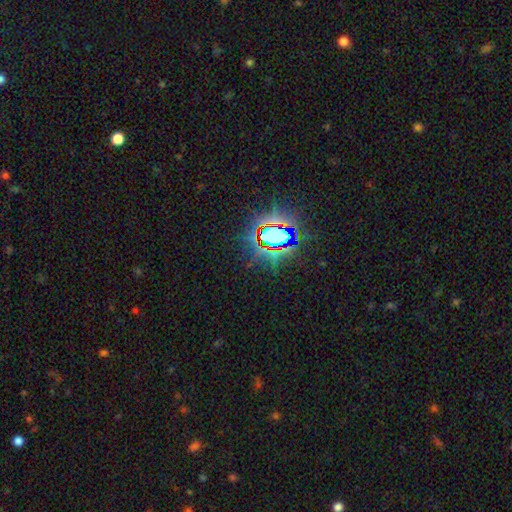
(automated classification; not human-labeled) Smooth or featured: star or artifact — 80% (smooth — 12%)